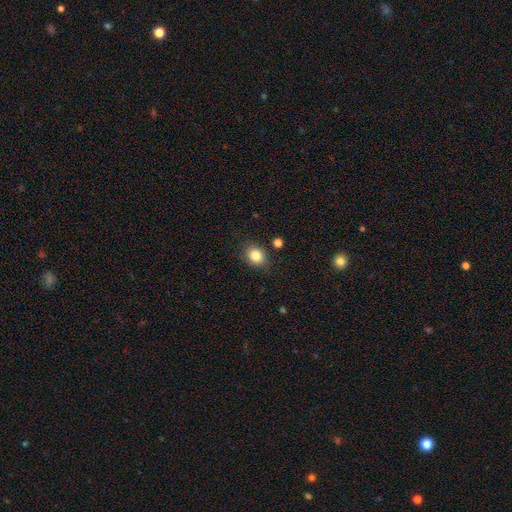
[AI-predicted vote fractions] Q: Smooth or featured?
A: smooth (83%); runner-up: star or artifact (10%)
Q: How rounded?
A: round (54%); runner-up: in between (45%)
Q: Merging?
A: none (83%); runner-up: minor disturbance (11%)